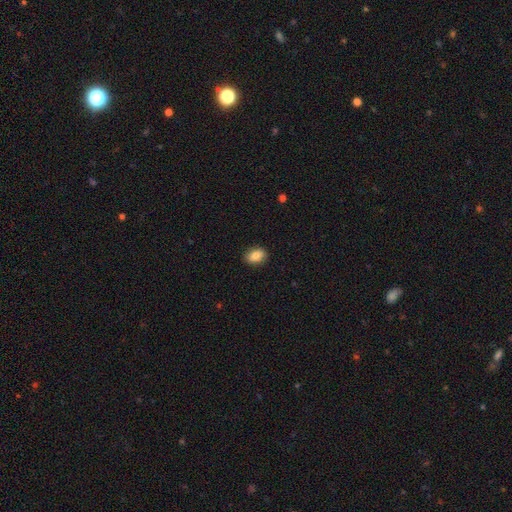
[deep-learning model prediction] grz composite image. It shows a smooth galaxy with no disk features (83%) that is in between round and cigar-shaped (78%). Merging: none (88%).